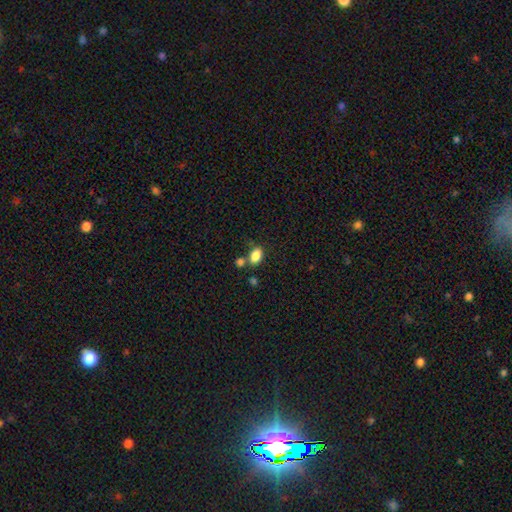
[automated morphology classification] A smooth galaxy with no disk features (85%) that is in between round and cigar-shaped (87%).

Vote fractions:
- Smooth or featured? smooth: 85% / star or artifact: 9% / featured or disk: 6%
- How rounded? in between: 87% / round: 11% / cigar-shaped: 2%
- Merging? none: 62% / merger: 21% / minor disturbance: 13% / major disturbance: 4%